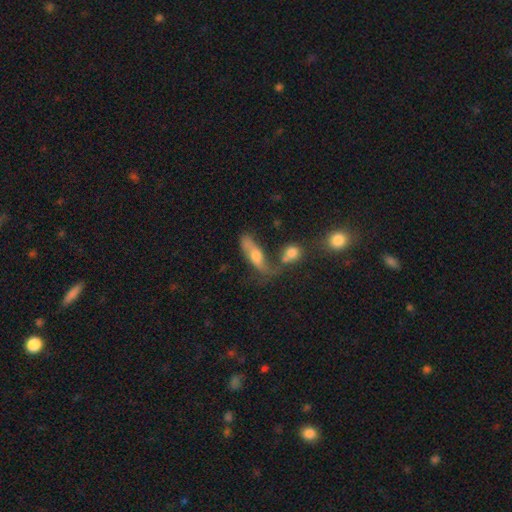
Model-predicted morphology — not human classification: Overall: smooth (49%; featured or disk 41%). Merging: none (33%; merger 31%).